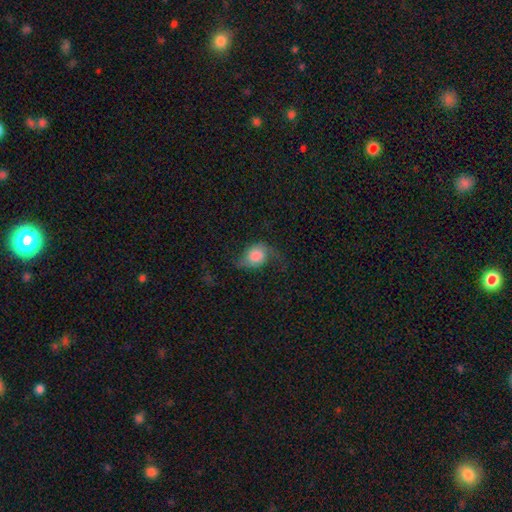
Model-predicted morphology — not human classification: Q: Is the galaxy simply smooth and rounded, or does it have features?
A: smooth — 48%.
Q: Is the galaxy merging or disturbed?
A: none — 50%.